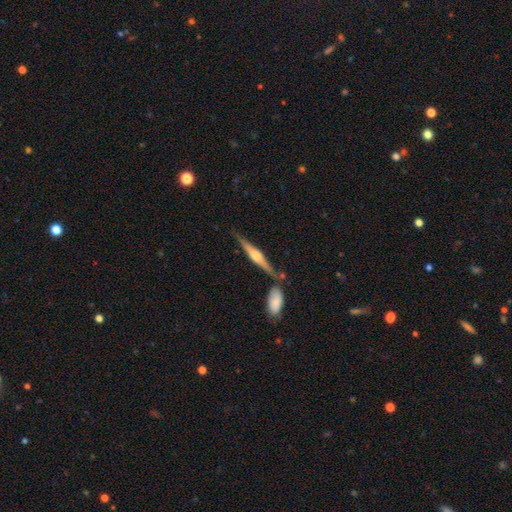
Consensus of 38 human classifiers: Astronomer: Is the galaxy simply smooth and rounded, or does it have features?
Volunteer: featured or disk — 92%.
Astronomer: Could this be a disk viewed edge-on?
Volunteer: yes — 97%.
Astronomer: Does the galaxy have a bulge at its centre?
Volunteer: rounded — 94%.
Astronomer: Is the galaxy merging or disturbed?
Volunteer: none — 89%.